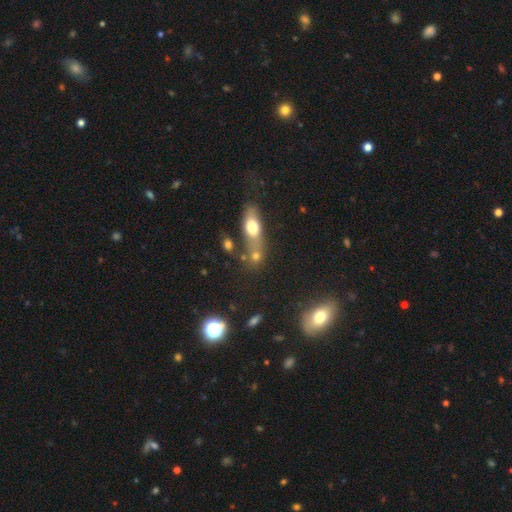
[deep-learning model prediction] smooth-or-featured: smooth: 64% | star or artifact: 18% | featured or disk: 17%
  how-rounded: in between: 45% | round: 39% | cigar-shaped: 16%
  merging: none: 44% | merger: 34% | minor disturbance: 13% | major disturbance: 8%